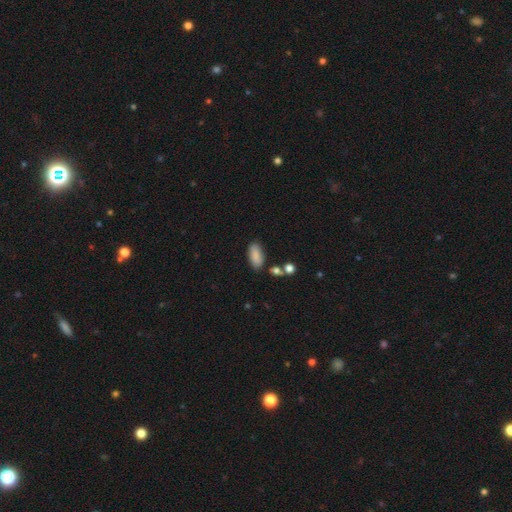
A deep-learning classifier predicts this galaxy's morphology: smooth 87%, star or artifact 7%, featured or disk 5%. Down the decision tree: how rounded — in between (88%); merging — none (80%).